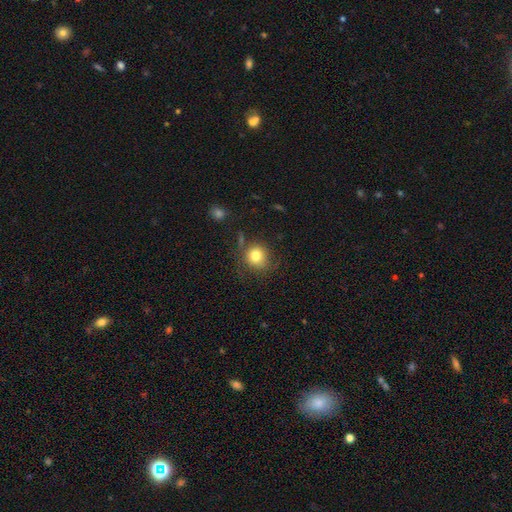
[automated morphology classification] type=smooth (80%); roundness=round (84%); merging=none (74%).